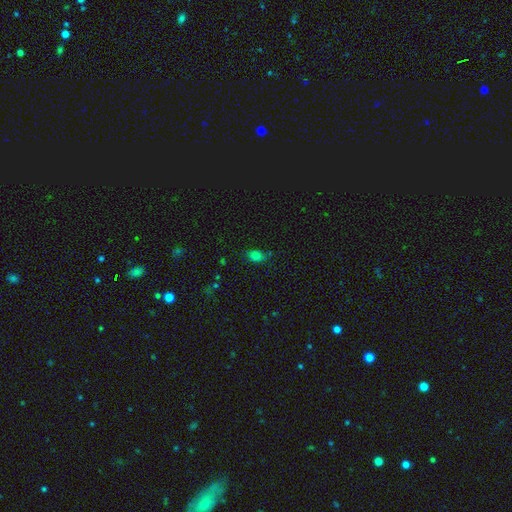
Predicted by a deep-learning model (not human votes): Morphology: type=smooth (74%); roundness=in between (76%); merging=none (68%).